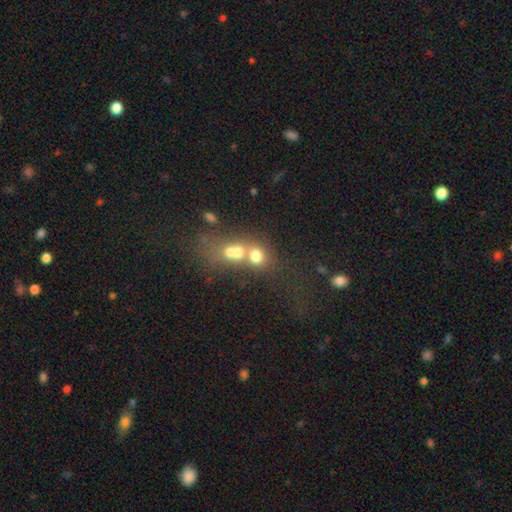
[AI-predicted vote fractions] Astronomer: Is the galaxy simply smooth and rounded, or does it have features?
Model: smooth — 63%.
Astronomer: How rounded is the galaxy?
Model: round — 68%.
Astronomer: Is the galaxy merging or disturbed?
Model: merger — 63%.